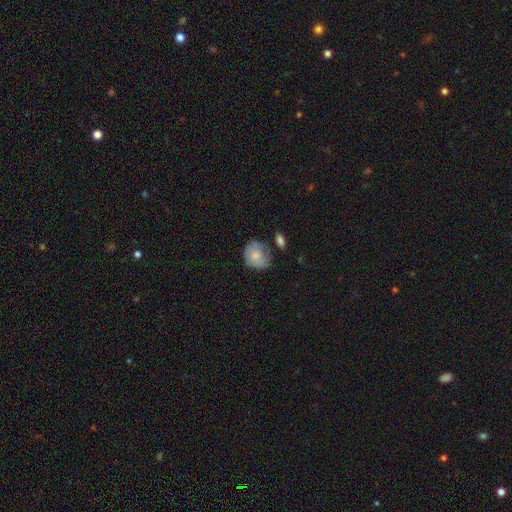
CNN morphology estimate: Q: Smooth or featured?
A: smooth (70%); runner-up: featured or disk (23%)
Q: How rounded?
A: round (58%); runner-up: in between (41%)
Q: Merging?
A: none (55%); runner-up: minor disturbance (29%)